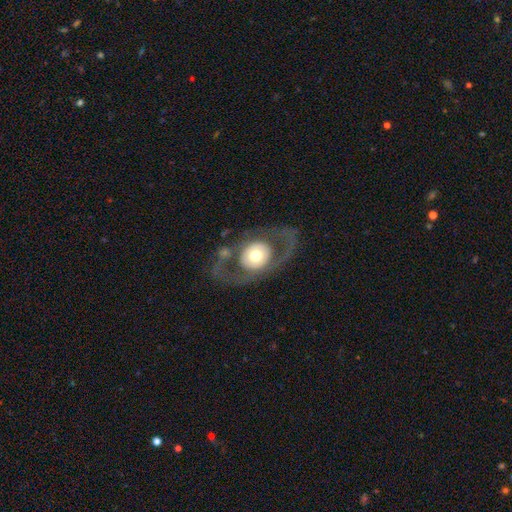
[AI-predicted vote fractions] Smooth or featured? Predicted: featured or disk (p=0.61). Edge-on disk? Predicted: no (p=0.91). Bar? Predicted: no (p=0.85). Spiral arms? Predicted: no (p=0.69). Bulge size? Predicted: moderate (p=0.54). Merging? Predicted: none (p=0.66).